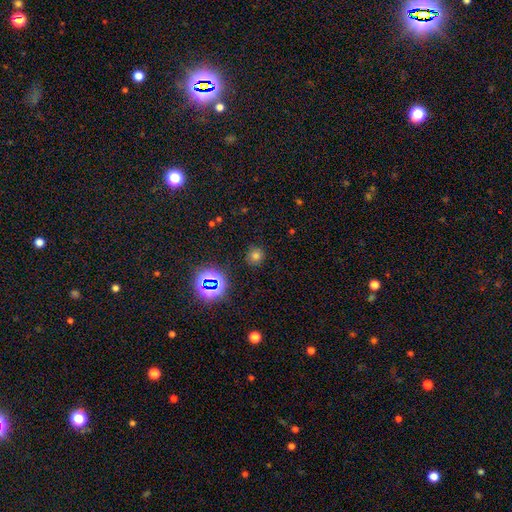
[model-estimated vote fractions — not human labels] Q: Smooth or featured?
A: smooth (67%); runner-up: star or artifact (26%)
Q: How rounded?
A: round (89%); runner-up: in between (9%)
Q: Merging?
A: none (86%); runner-up: minor disturbance (9%)